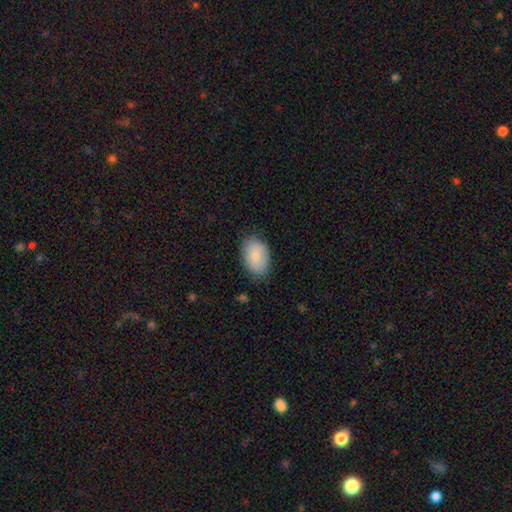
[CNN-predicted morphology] This is clearly a smooth galaxy (83%). How rounded: clearly in between (88%). Merging: clearly none (81%).